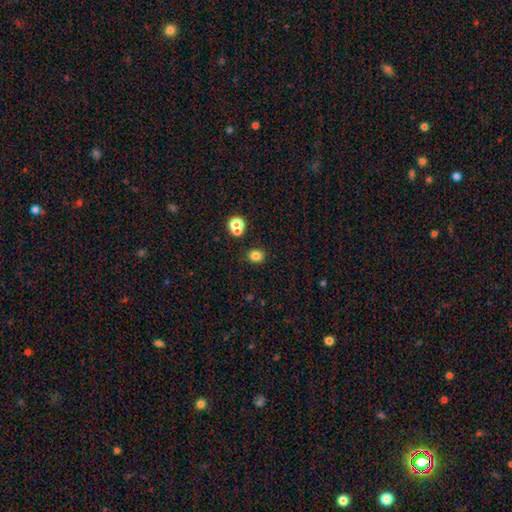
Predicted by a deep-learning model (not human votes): A smooth galaxy with no disk features (81%) that is round (72%). Merging: none (83%).